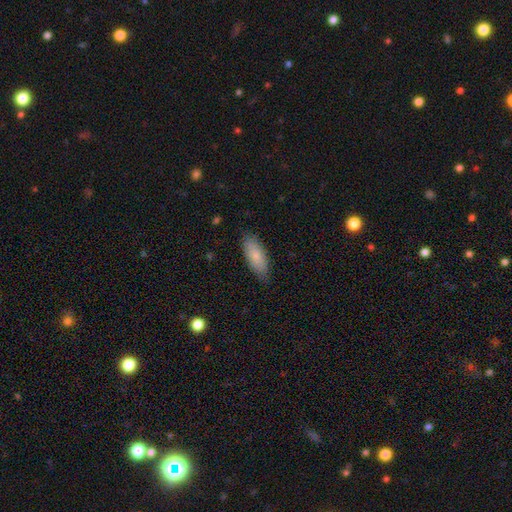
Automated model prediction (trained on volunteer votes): Overall: smooth (79%). How rounded: in between (76%). Merging: none (81%).